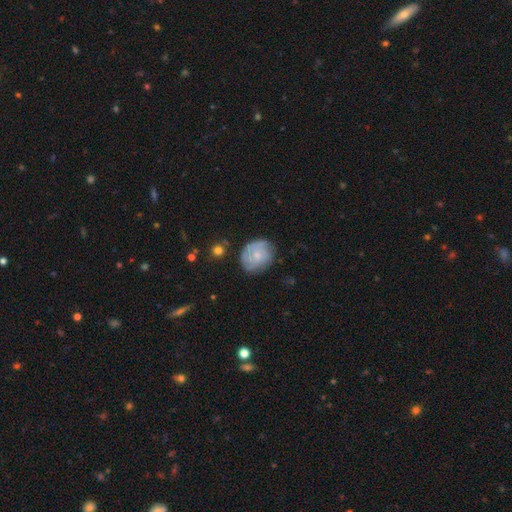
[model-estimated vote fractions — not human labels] A featured or disk galaxy (51%).

Vote fractions:
- Smooth or featured? featured or disk: 51% / smooth: 42% / star or artifact: 7%
- Edge-on disk? no: 97% / yes: 3%
- Merging? none: 67% / minor disturbance: 24% / major disturbance: 7% / merger: 2%